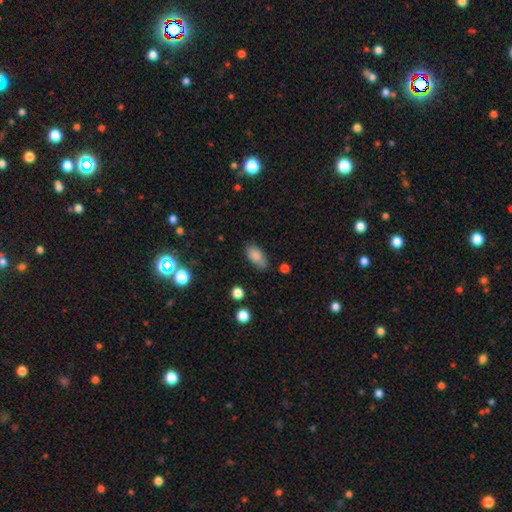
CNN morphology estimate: The model was most divided on "merging": none: 68%, minor disturbance: 23%, major disturbance: 6%, merger: 3%. More confident: how rounded — in between (89%); smooth or featured — smooth (83%).